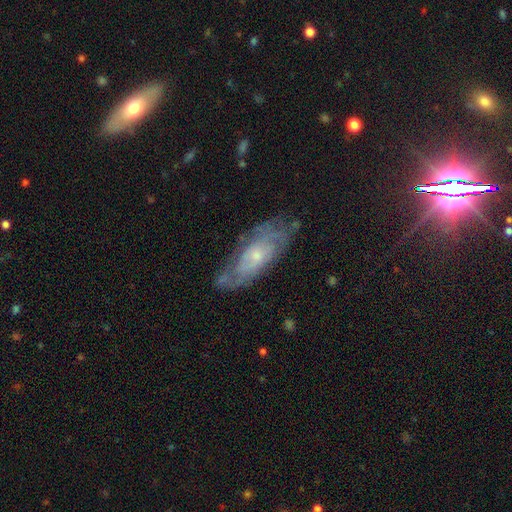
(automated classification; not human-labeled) This is likely a featured or disk galaxy (66%). It is clearly not viewed edge-on (85%). Bar: likely no (75%). Spiral arm pattern: likely yes (74%). Central bulge: likely small (61%). Merging: likely none (64%).